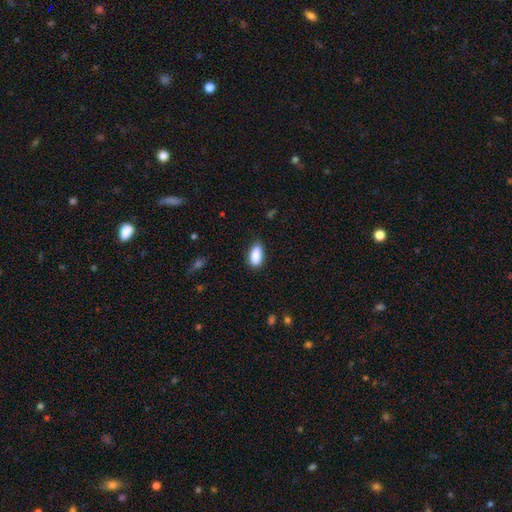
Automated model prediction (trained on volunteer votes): The model was most divided on "merging": none: 77%, minor disturbance: 18%, major disturbance: 3%, merger: 1%. More confident: how rounded — in between (90%); smooth or featured — smooth (89%).